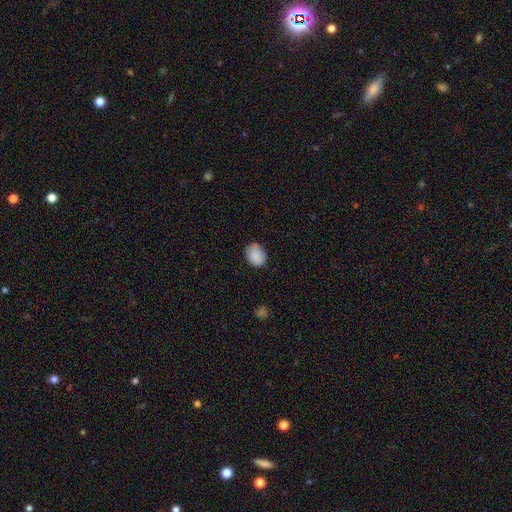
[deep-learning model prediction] Q: Smooth or featured?
A: smooth (87%); runner-up: star or artifact (8%)
Q: How rounded?
A: in between (50%); runner-up: round (49%)
Q: Merging?
A: none (74%); runner-up: minor disturbance (21%)